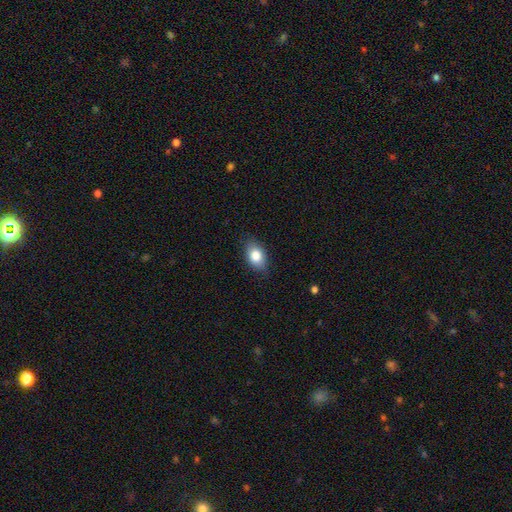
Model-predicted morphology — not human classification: This appears to be a smooth galaxy with no disk features (81%) that is in between round and cigar-shaped (85%). Merging: none (84%).